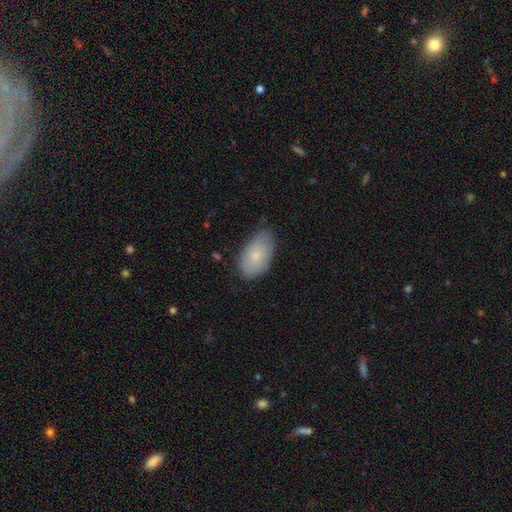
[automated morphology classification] type=smooth (73%); roundness=in between (94%); merging=none (69%).